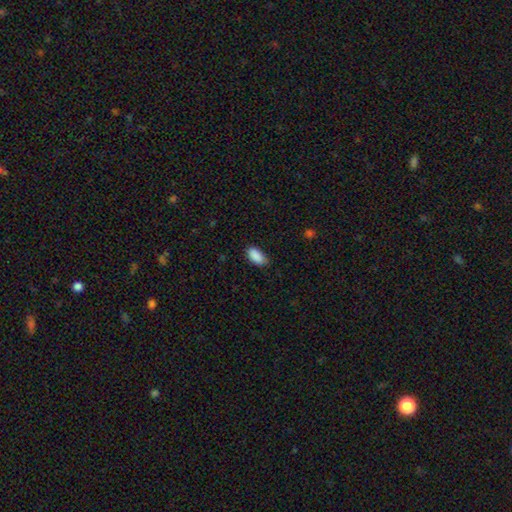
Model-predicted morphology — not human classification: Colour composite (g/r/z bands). It shows a smooth galaxy with no disk features (90%) that is in between round and cigar-shaped (93%). Merging: none (76%).